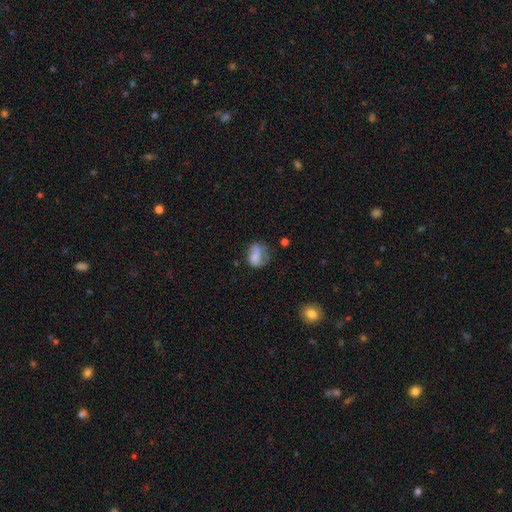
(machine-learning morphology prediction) This is likely a smooth galaxy (63%). How rounded: possibly in between (52%). Merging: marginally none (42%).